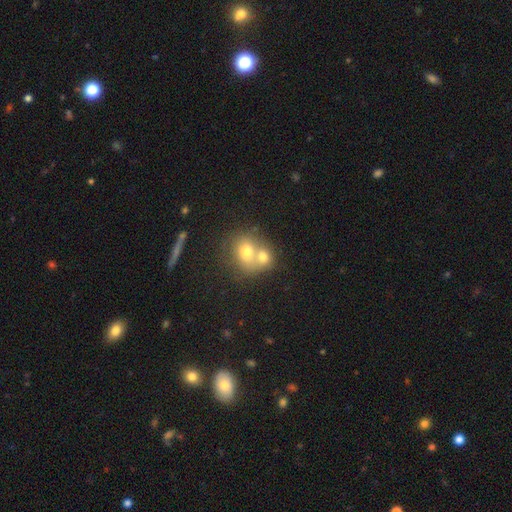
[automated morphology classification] smooth 64%, featured or disk 23%, star or artifact 13%. Down the decision tree: how rounded — round (69%); merging — merger (63%).